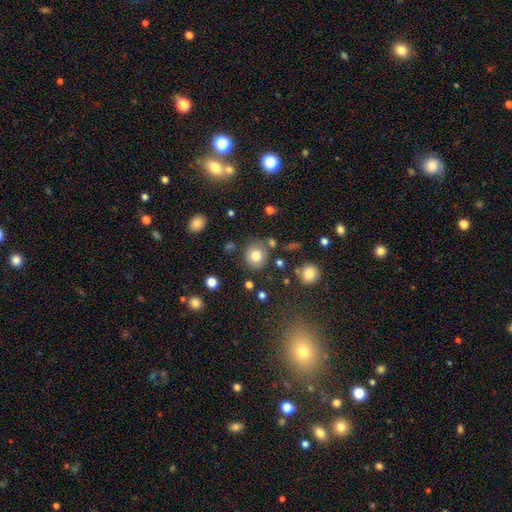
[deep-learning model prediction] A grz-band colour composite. It shows a smooth galaxy with no disk features (79%) that is round (80%). Merging: none (78%).